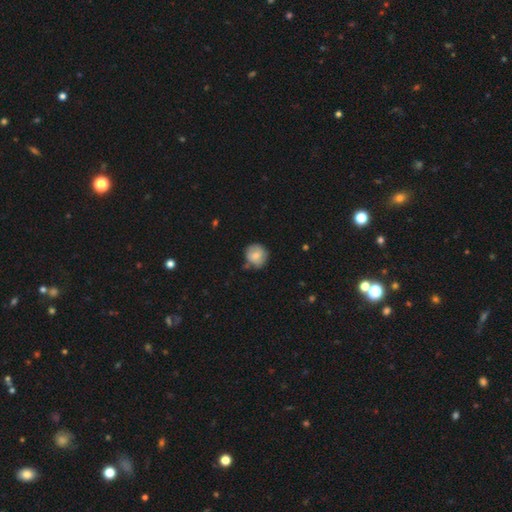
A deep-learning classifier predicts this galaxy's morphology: Q: Smooth or featured?
A: smooth (74%); runner-up: featured or disk (18%)
Q: How rounded?
A: round (88%); runner-up: in between (11%)
Q: Merging?
A: none (66%); runner-up: minor disturbance (25%)